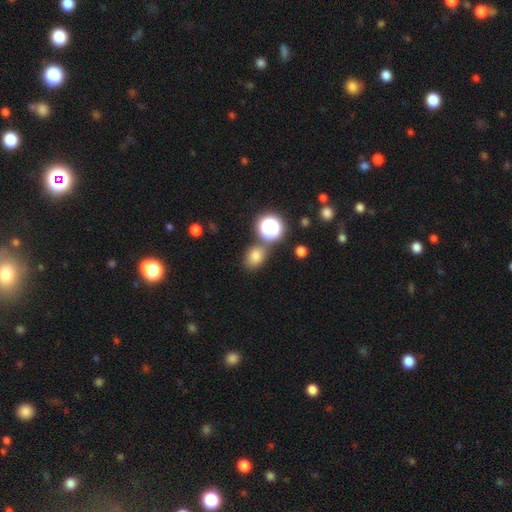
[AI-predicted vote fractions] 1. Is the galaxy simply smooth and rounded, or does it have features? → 75% smooth, 17% star or artifact, 8% featured or disk.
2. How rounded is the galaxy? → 50% in between, 48% round, 1% cigar-shaped.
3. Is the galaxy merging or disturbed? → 70% none, 13% minor disturbance, 12% merger, 5% major disturbance.